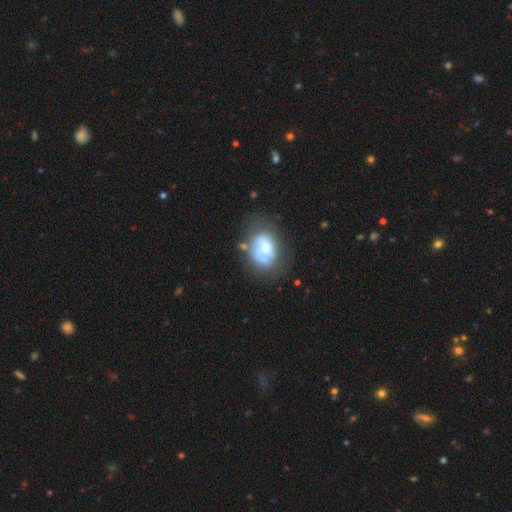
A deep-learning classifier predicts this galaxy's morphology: type=smooth (50%); merging=none (62%).